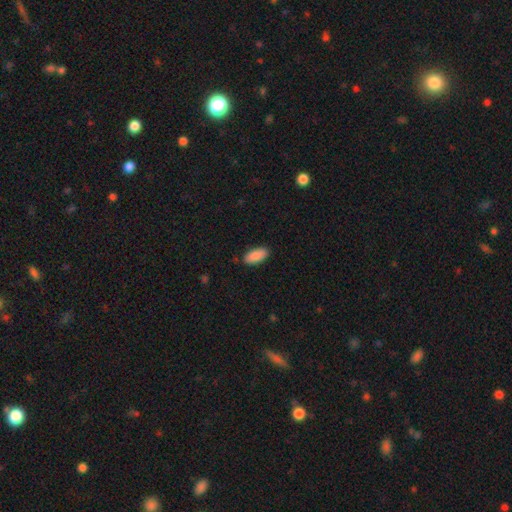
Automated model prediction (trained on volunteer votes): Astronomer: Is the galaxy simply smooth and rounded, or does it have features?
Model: smooth — 90%.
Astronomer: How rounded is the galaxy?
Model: in between — 92%.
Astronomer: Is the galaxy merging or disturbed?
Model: none — 88%.